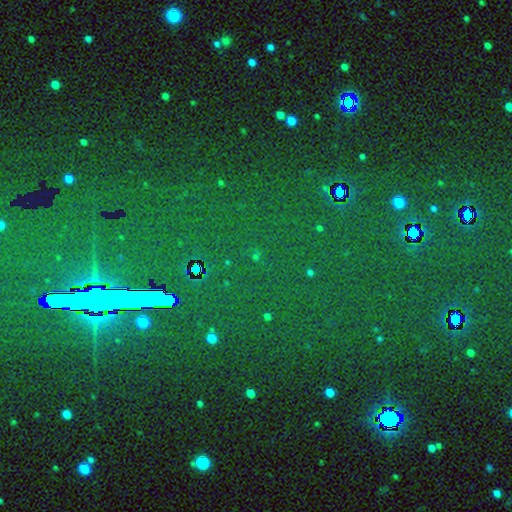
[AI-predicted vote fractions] This is clearly a star or artifact rather than a galaxy (83%).